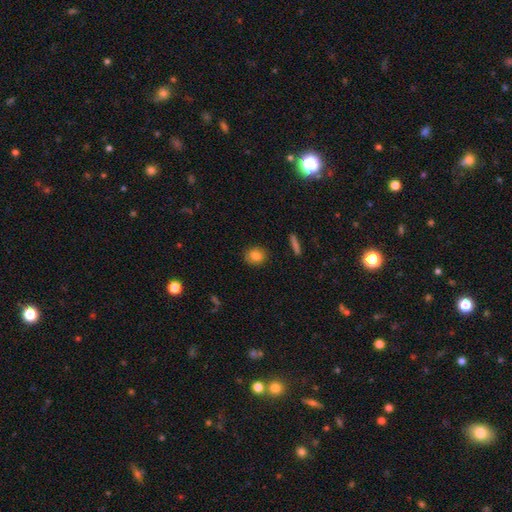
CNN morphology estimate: Overall: smooth (82%). How rounded: round (71%). Merging: none (89%).